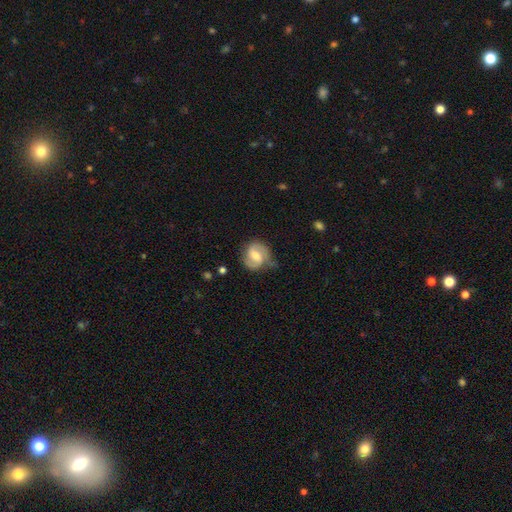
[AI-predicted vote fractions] Smooth or featured: featured or disk — 64% (smooth — 29%)
Edge-on disk: no — 97% (yes — 3%)
Bar: weak — 54% (no — 23%)
Spiral arms: yes — 89% (no — 11%)
Spiral winding: medium — 48% (tight — 26%)
Spiral arm count: 2 — 84% (can't tell — 8%)
Bulge size: moderate — 59% (small — 28%)
Merging: none — 60% (minor disturbance — 27%)